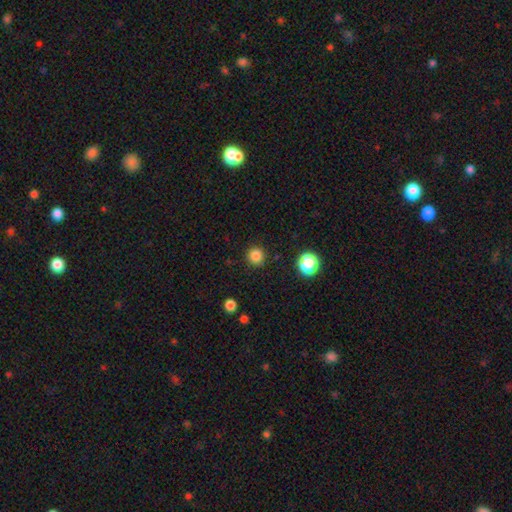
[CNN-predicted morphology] This appears to be a smooth galaxy with no disk features (84%) that is round (94%). Merging: none (91%).